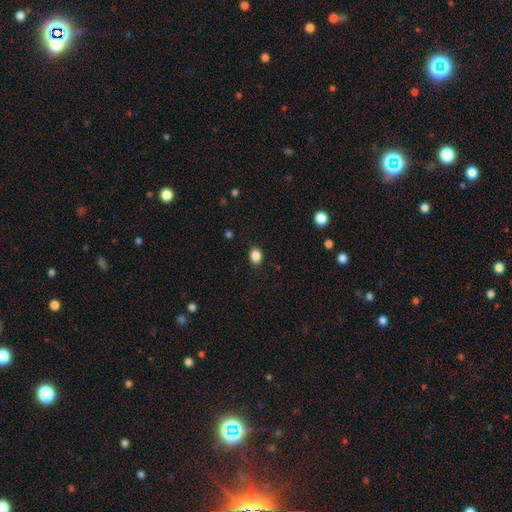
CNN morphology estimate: Overall: smooth (87%). How rounded: in between (63%; round 36%). Merging: none (87%).